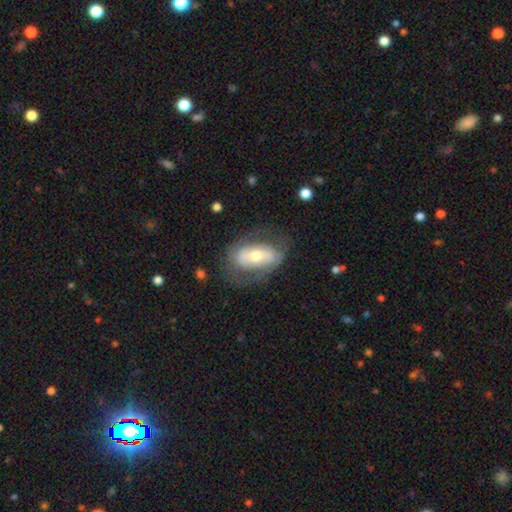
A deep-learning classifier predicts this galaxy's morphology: Overall: featured or disk (55%; smooth 39%). Edge-on disk: no (90%). Merging: none (65%).